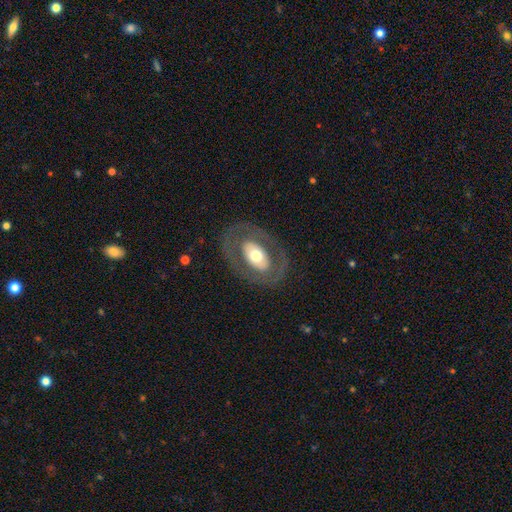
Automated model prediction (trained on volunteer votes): A featured or disk galaxy (54%). Merging: none (79%).